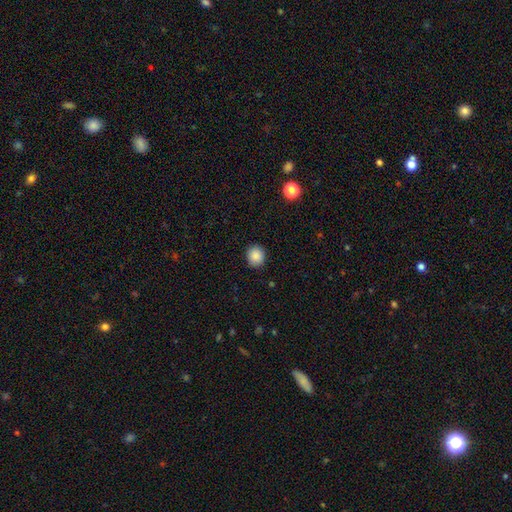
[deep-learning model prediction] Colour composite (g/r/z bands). It shows a smooth galaxy with no disk features (88%) that is round (83%). Merging: none (90%).